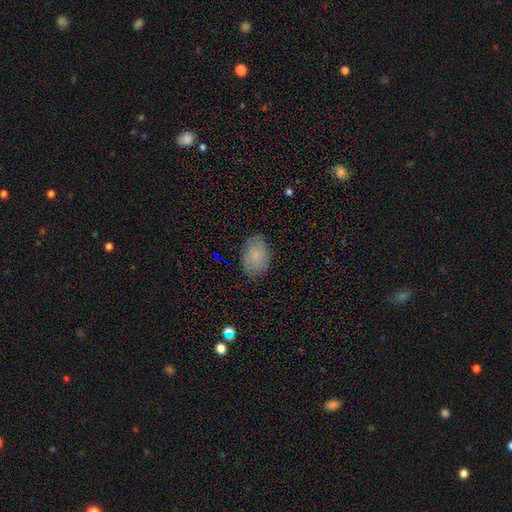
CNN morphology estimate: Smooth or featured: smooth — 75% (featured or disk — 17%)
How rounded: in between — 86% (round — 13%)
Merging: none — 82% (minor disturbance — 14%)